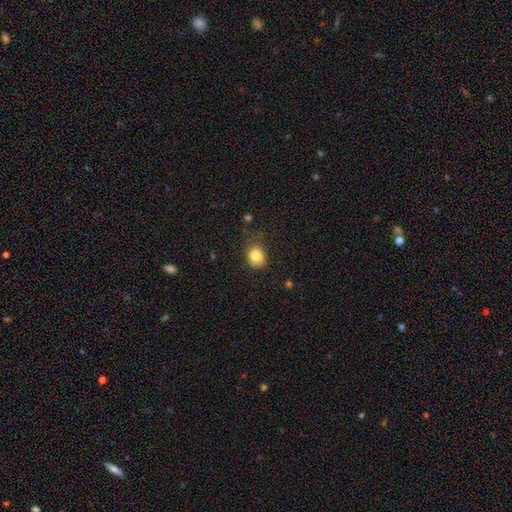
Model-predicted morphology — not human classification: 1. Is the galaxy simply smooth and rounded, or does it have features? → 82% smooth, 11% star or artifact, 8% featured or disk.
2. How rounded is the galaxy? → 62% round, 37% in between, 1% cigar-shaped.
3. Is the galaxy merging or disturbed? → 63% none, 28% minor disturbance, 8% major disturbance, 2% merger.